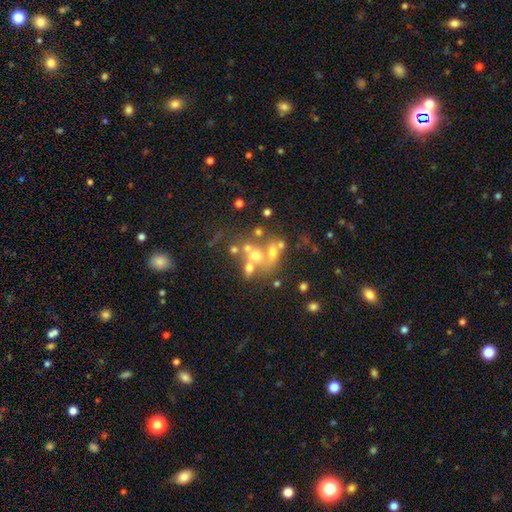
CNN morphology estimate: type=featured or disk (41%); merging=merger (45%).